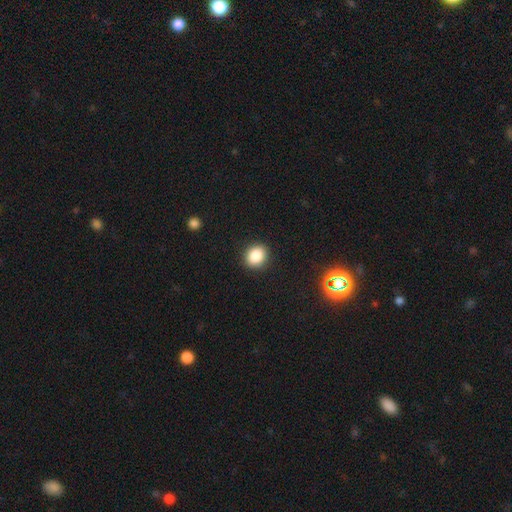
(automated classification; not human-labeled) Smooth or featured: smooth — 86% (star or artifact — 10%)
How rounded: round — 70% (in between — 30%)
Merging: none — 90% (minor disturbance — 7%)